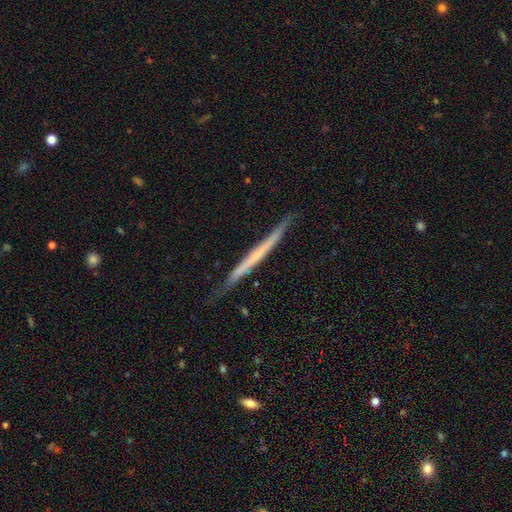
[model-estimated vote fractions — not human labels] Smooth or featured? Predicted: featured or disk (p=0.58). Edge-on disk? Predicted: yes (p=0.96). Edge-on bulge? Predicted: none (p=0.86). Merging? Predicted: none (p=0.82).